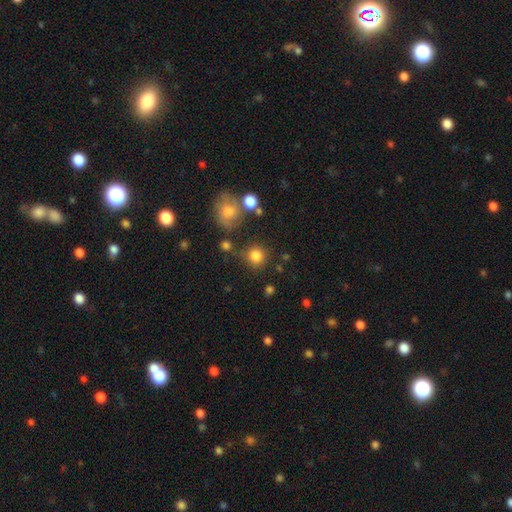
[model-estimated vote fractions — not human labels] Smooth or featured? smooth (82%)
How rounded? round (91%)
Merging? none (76%)